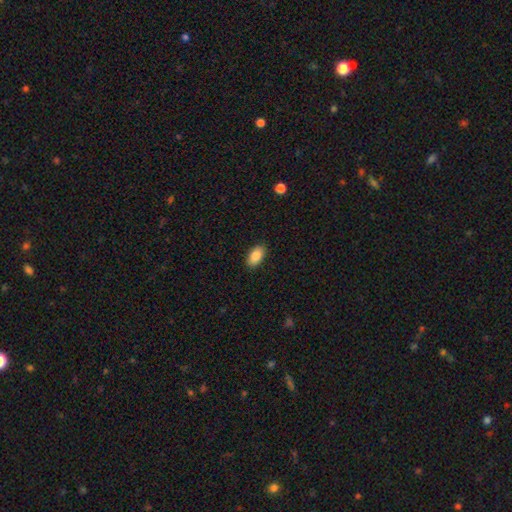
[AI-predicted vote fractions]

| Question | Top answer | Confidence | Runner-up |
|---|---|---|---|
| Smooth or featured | smooth | 86% | star or artifact (7%) |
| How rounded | in between | 94% | round (4%) |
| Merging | none | 89% | minor disturbance (8%) |